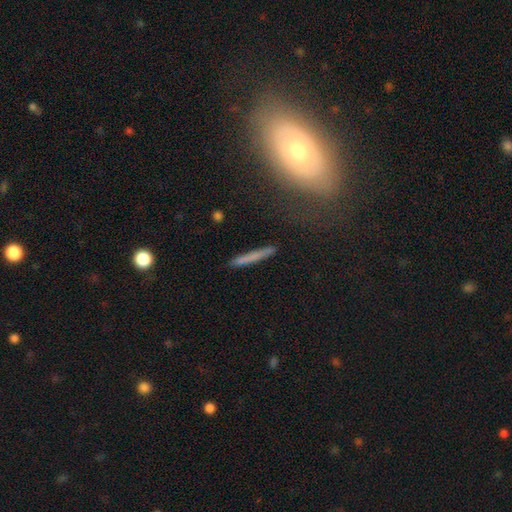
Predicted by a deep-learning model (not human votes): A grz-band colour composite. It shows a smooth galaxy with no disk features (67%) that is cigar-shaped (95%). Merging: none (85%).